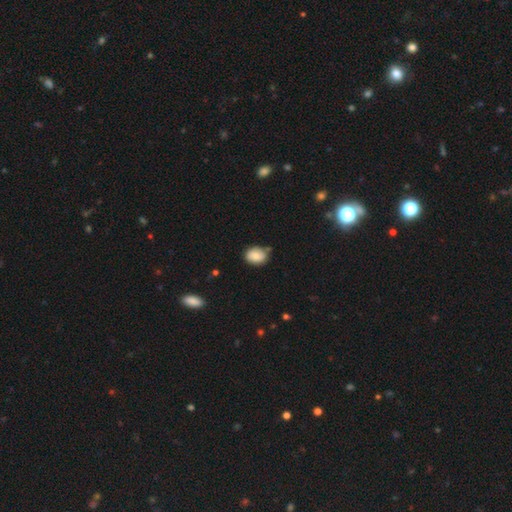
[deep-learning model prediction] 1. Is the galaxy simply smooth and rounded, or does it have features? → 80% smooth, 12% featured or disk, 8% star or artifact.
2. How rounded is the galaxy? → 59% in between, 40% round, 1% cigar-shaped.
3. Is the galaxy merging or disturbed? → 61% none, 29% minor disturbance, 6% merger, 4% major disturbance.